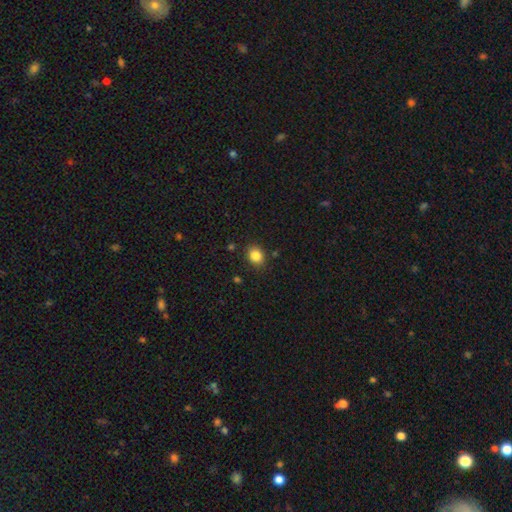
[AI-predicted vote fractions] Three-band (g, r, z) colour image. It shows a smooth galaxy with no disk features (84%) that is round (57%). Merging: none (85%).